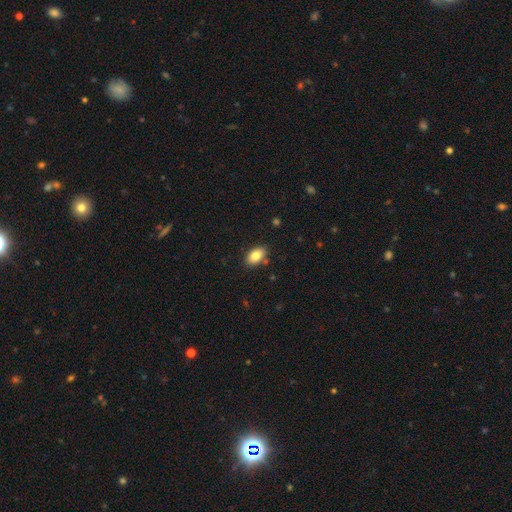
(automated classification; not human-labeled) Smooth or featured? smooth (84%)
How rounded? in between (91%)
Merging? none (85%)